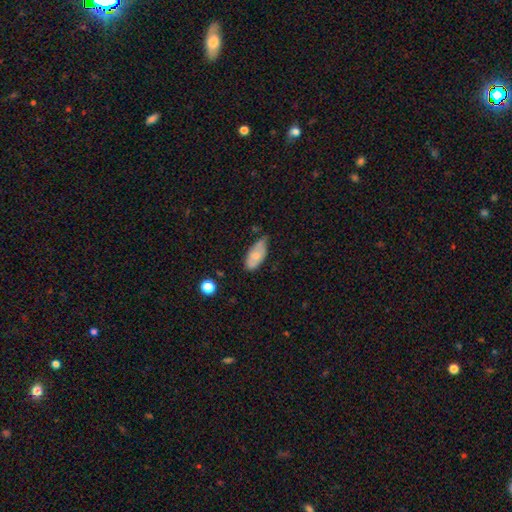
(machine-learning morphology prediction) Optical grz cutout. It shows a smooth galaxy with no disk features (71%) that is in between round and cigar-shaped (90%). Merging: none (51%).